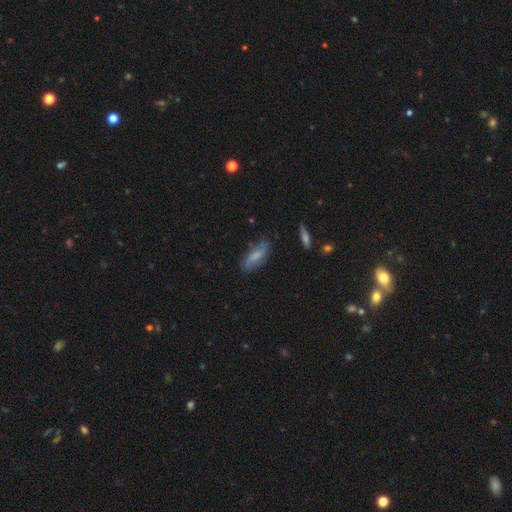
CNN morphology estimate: This is likely a smooth galaxy (62%). How rounded: likely in between (69%). Merging: likely none (73%).